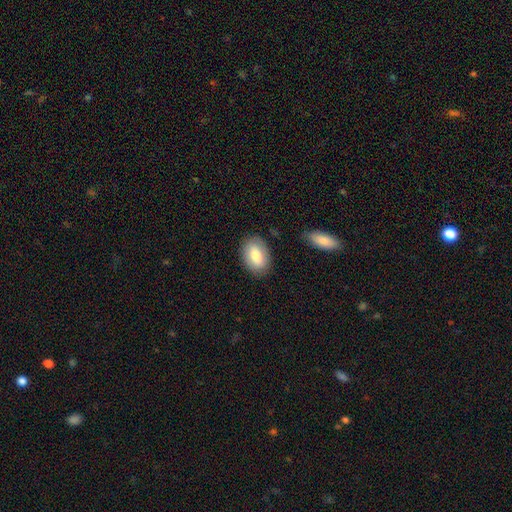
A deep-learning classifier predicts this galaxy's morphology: smooth_or_featured: smooth (p=0.80) [alt: featured or disk p=0.14]
how_rounded: in between (p=0.88) [alt: round p=0.10]
merging: none (p=0.84) [alt: minor disturbance p=0.11]